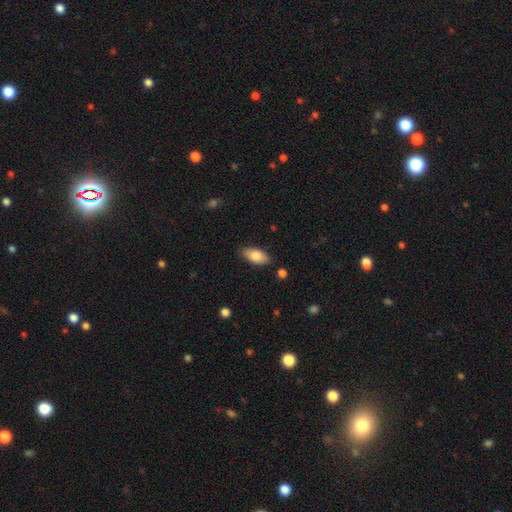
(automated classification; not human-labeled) smooth_or_featured: smooth (p=0.81) [alt: featured or disk p=0.13]
how_rounded: in between (p=0.91) [alt: cigar-shaped p=0.07]
merging: none (p=0.84) [alt: minor disturbance p=0.12]